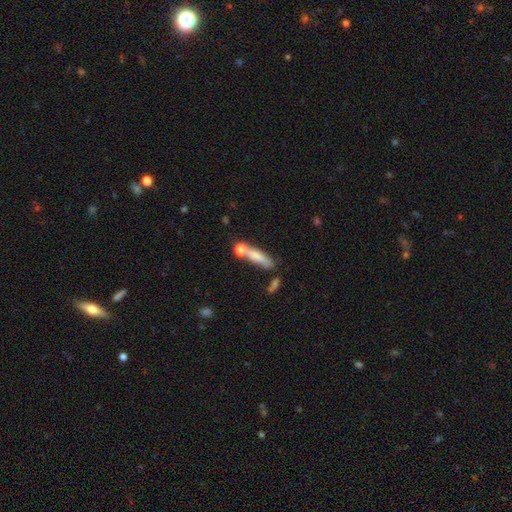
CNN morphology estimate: Smooth or featured?
  - smooth: 71% *
  - featured or disk: 20%
  - star or artifact: 9%
How rounded?
  - cigar-shaped: 63% *
  - in between: 32%
  - round: 5%
Merging?
  - none: 42% *
  - merger: 33%
  - minor disturbance: 16%
  - major disturbance: 9%